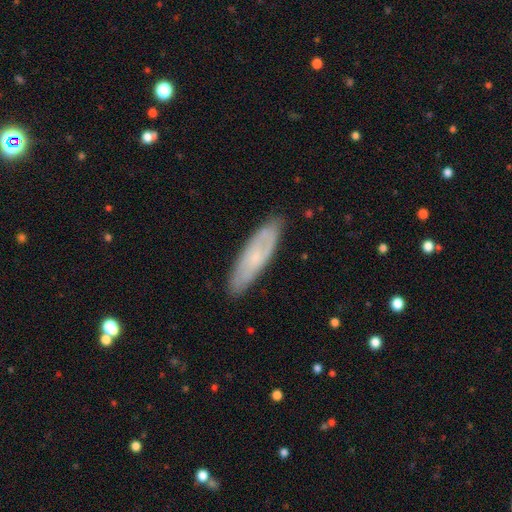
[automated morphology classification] The model was most divided on "smooth or featured": smooth: 49%, featured or disk: 44%, star or artifact: 8%. More confident: merging — none (85%).